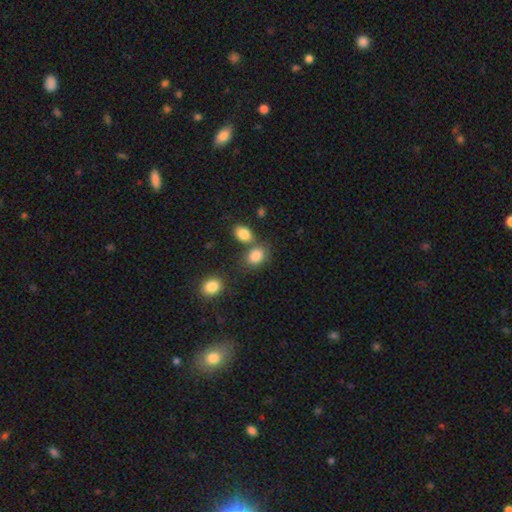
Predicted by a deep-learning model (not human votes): Smooth or featured? Predicted: smooth (p=0.85). How rounded? Predicted: in between (p=0.70). Merging? Predicted: none (p=0.54).